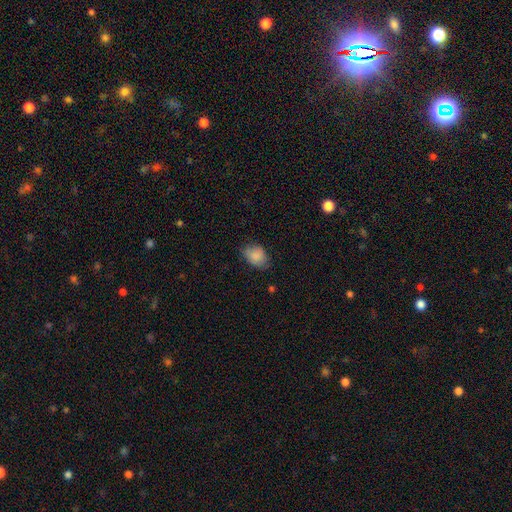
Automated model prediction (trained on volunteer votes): Smooth or featured? Predicted: smooth (p=0.86). How rounded? Predicted: in between (p=0.72). Merging? Predicted: none (p=0.69).